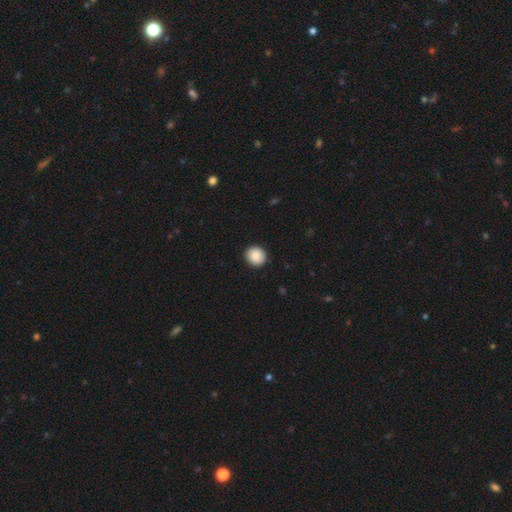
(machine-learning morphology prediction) Q: Smooth or featured?
A: smooth (89%); runner-up: star or artifact (7%)
Q: How rounded?
A: round (89%); runner-up: in between (10%)
Q: Merging?
A: none (92%); runner-up: minor disturbance (6%)